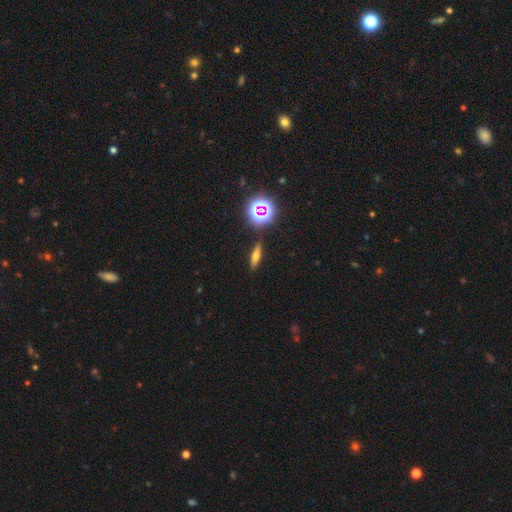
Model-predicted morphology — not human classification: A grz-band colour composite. It shows a smooth galaxy with no disk features (45%). Merging: none (88%).